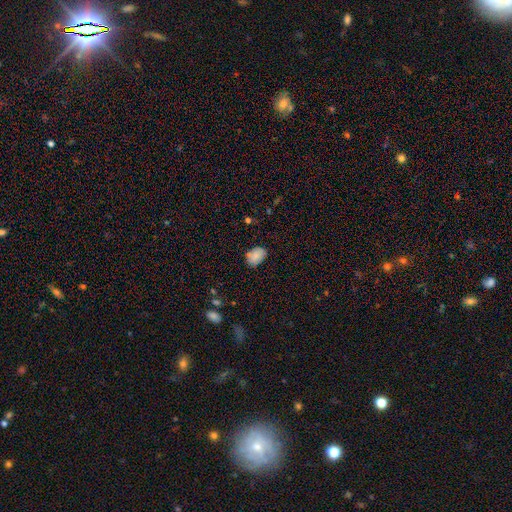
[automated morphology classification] smooth 83%, star or artifact 8%, featured or disk 8%. Down the decision tree: how rounded — in between (78%); merging — none (70%).